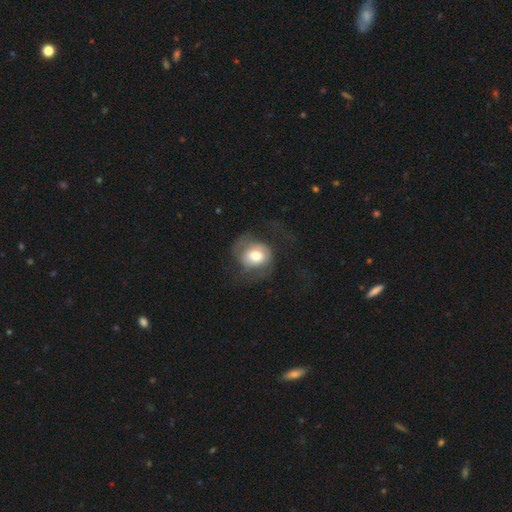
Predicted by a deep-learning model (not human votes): Smooth or featured: smooth — 56% (featured or disk — 36%)
How rounded: round — 66% (in between — 33%)
Merging: none — 39% (tied with major disturbance — 39%)